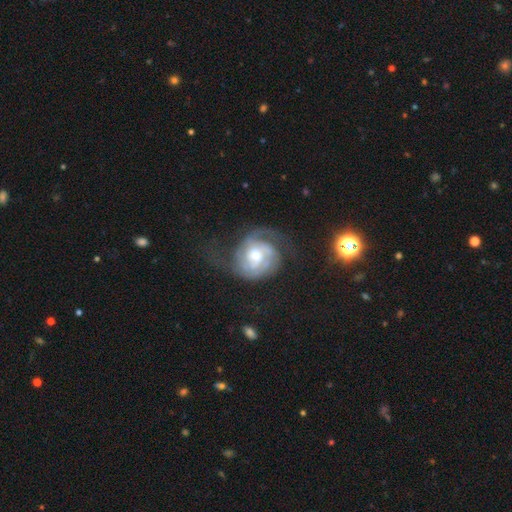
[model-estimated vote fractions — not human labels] Overall: featured or disk (86%). Edge-on disk: no (98%). Bar: no (59%; weak 34%). Spiral arms: yes (96%). Spiral arm count: 2 (43%; 3 22%). Spiral winding: tight (56%; medium 34%). Bulge size: moderate (66%). Merging: none (58%; major disturbance 20%).